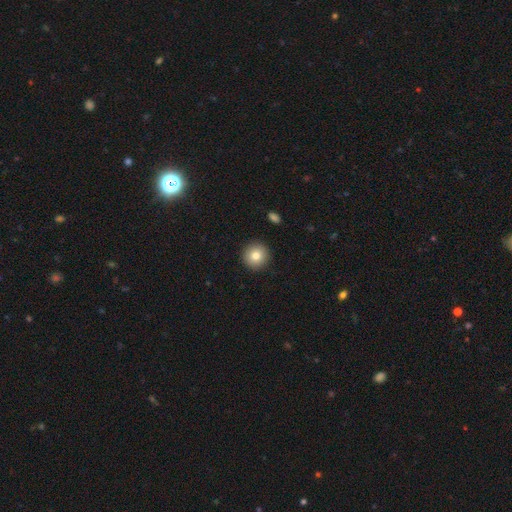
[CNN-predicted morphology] A smooth galaxy with no disk features (81%) that is round (95%). Merging: none (92%).